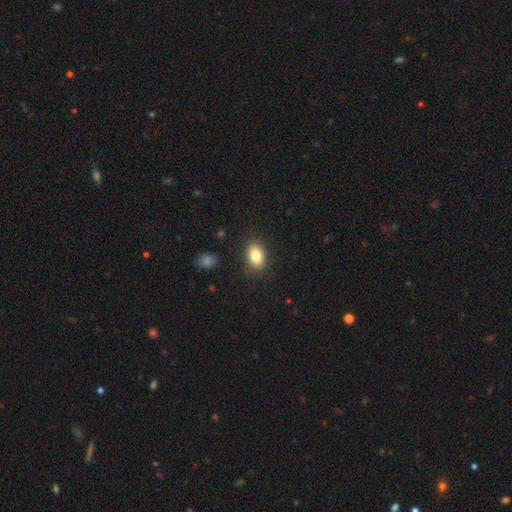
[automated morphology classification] The model was most divided on "smooth or featured": smooth: 83%, featured or disk: 9%, star or artifact: 8%. More confident: how rounded — in between (87%); merging — none (87%).